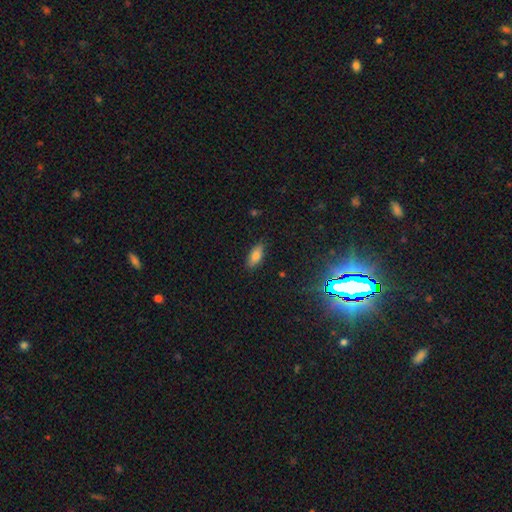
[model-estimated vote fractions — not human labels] smooth-or-featured: smooth: 78% | featured or disk: 12% | star or artifact: 10%
  how-rounded: in between: 81% | cigar-shaped: 16% | round: 3%
  merging: none: 84% | minor disturbance: 13% | major disturbance: 2% | merger: 1%